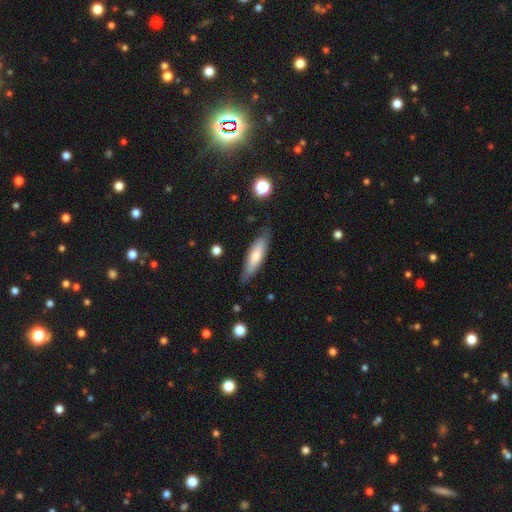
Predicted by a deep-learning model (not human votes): Smooth or featured: smooth — 61% (featured or disk — 33%)
How rounded: cigar-shaped — 66% (in between — 32%)
Merging: none — 80% (minor disturbance — 16%)